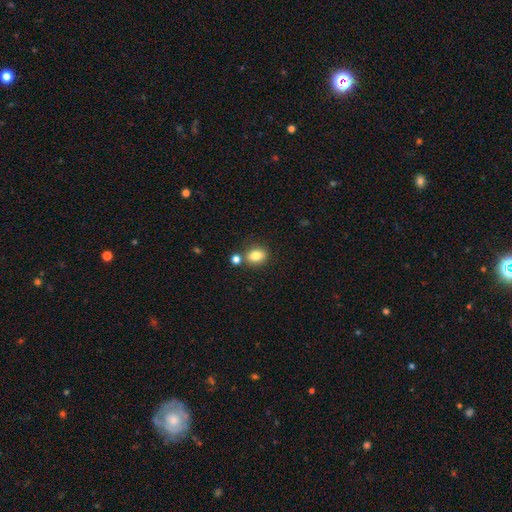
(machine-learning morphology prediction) Q: Smooth or featured?
A: smooth (83%); runner-up: star or artifact (10%)
Q: How rounded?
A: in between (56%); runner-up: round (43%)
Q: Merging?
A: none (69%); runner-up: merger (16%)